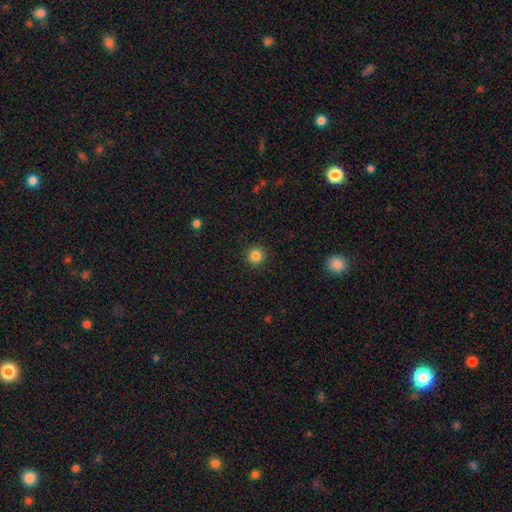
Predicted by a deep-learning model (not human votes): Morphology: type=smooth (85%); roundness=round (95%); merging=none (91%).